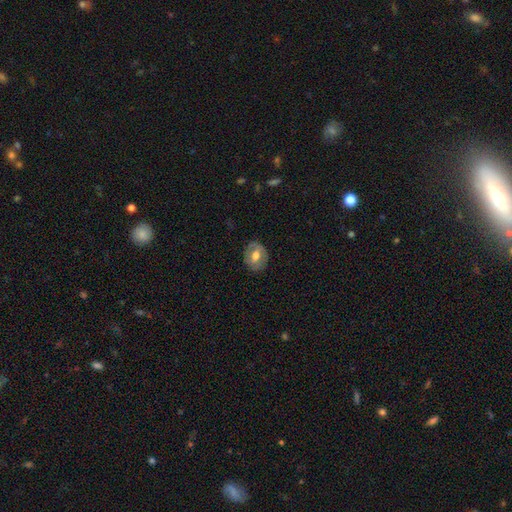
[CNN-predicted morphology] Smooth or featured? Predicted: smooth (p=0.49). Merging? Predicted: none (p=0.82).